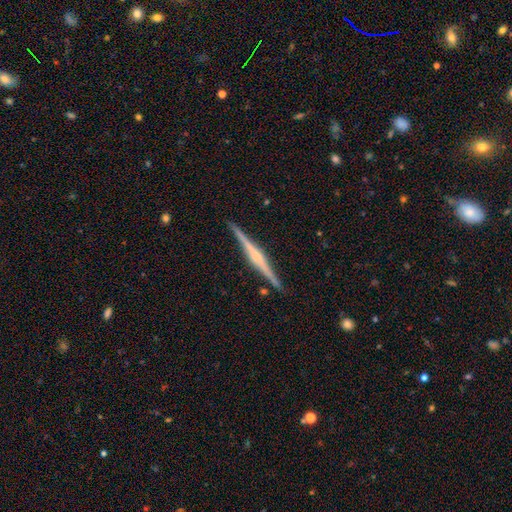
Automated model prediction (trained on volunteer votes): Smooth or featured: featured or disk — 81% (smooth — 14%)
Edge-on disk: yes — 98% (no — 2%)
Edge-on bulge: rounded — 54% (boxy — 27%)
Merging: none — 91% (minor disturbance — 7%)